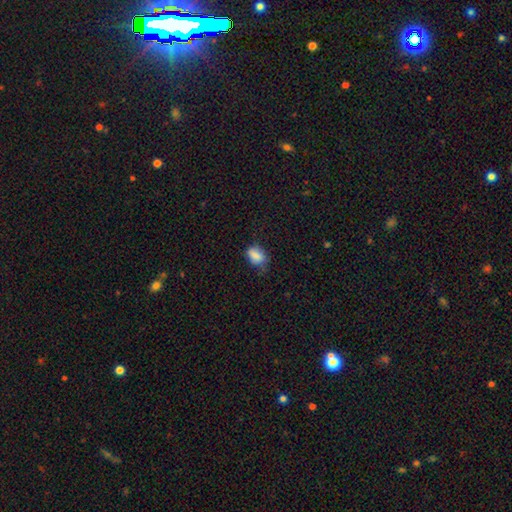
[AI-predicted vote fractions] This is clearly a smooth galaxy (83%). How rounded: clearly in between (82%). Merging: possibly none (51%).